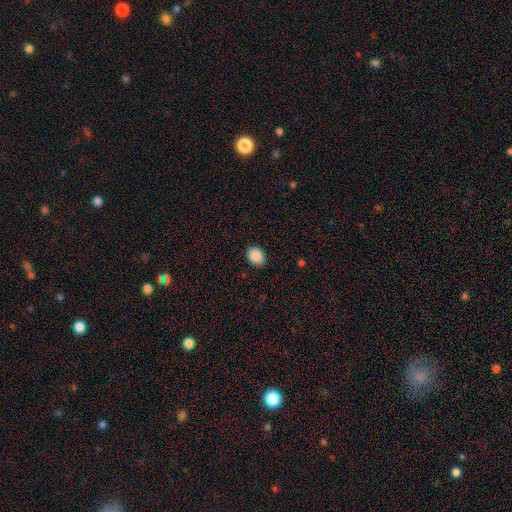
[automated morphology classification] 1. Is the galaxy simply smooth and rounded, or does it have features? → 90% smooth, 7% star or artifact, 3% featured or disk.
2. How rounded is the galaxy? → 65% in between, 34% round, 1% cigar-shaped.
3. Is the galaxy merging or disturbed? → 90% none, 7% minor disturbance, 2% major disturbance, 1% merger.